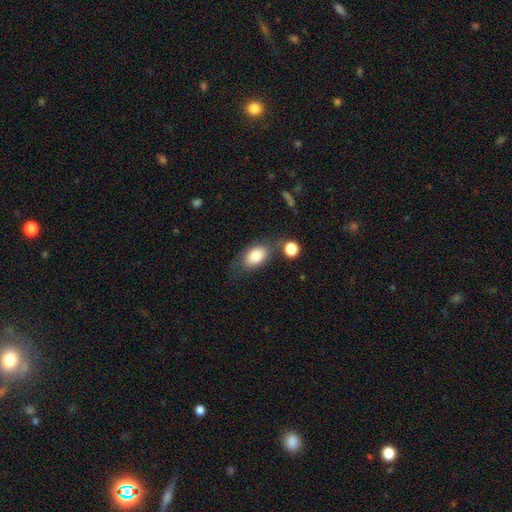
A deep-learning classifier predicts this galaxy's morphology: A smooth galaxy with no disk features (81%) that is in between round and cigar-shaped (88%).

Vote fractions:
- Smooth or featured? smooth: 81% / featured or disk: 12% / star or artifact: 8%
- How rounded? in between: 88% / round: 10% / cigar-shaped: 2%
- Merging? none: 58% / minor disturbance: 20% / merger: 12% / major disturbance: 10%